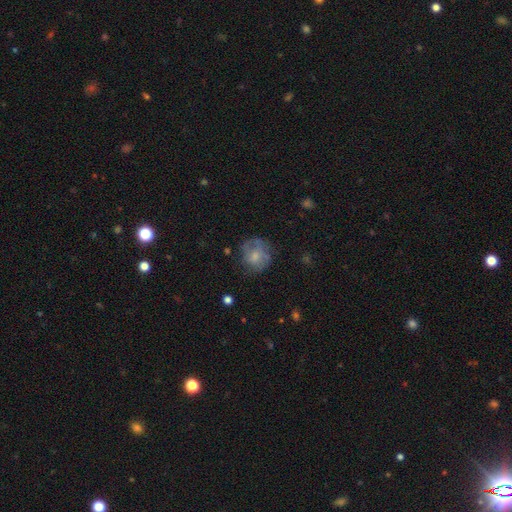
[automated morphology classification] A smooth galaxy with no disk features (51%) that is round (77%).

Vote fractions:
- Smooth or featured? smooth: 51% / featured or disk: 40% / star or artifact: 8%
- How rounded? round: 77% / in between: 22% / cigar-shaped: 1%
- Merging? none: 60% / minor disturbance: 23% / major disturbance: 15% / merger: 2%